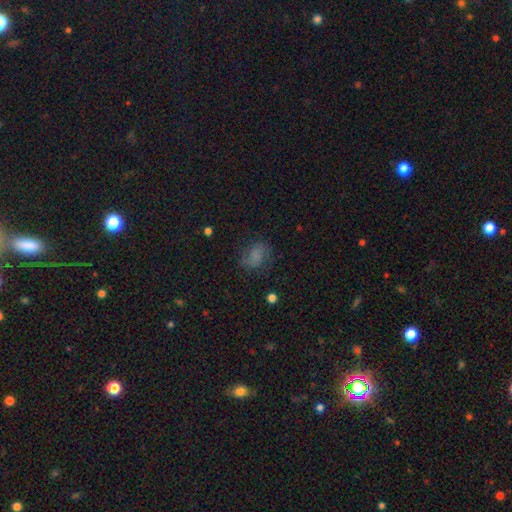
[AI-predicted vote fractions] smooth 55%, featured or disk 32%, star or artifact 14%. Down the decision tree: how rounded — in between (65%); merging — none (64%).